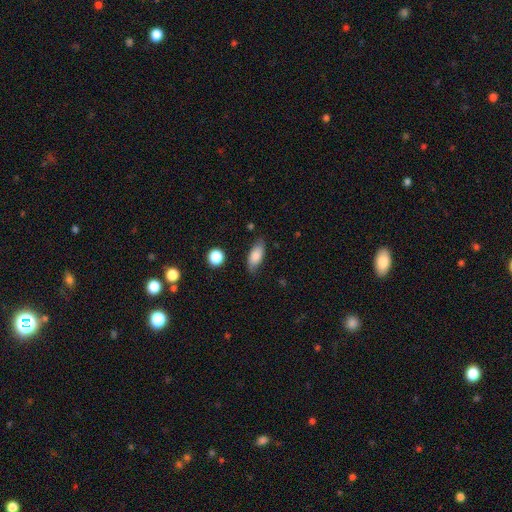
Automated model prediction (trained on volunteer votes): Smooth or featured: smooth — 81% (featured or disk — 12%)
How rounded: in between — 83% (cigar-shaped — 14%)
Merging: none — 77% (minor disturbance — 18%)